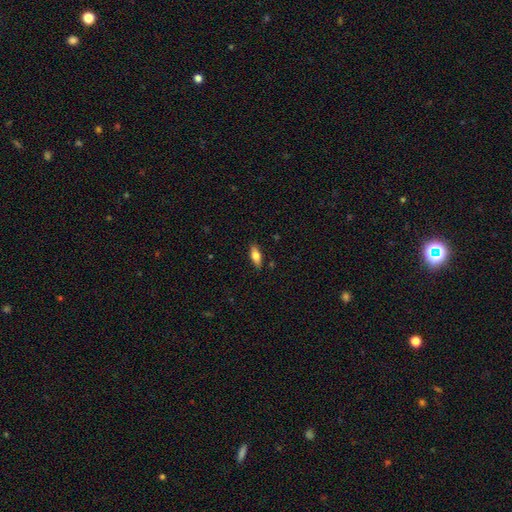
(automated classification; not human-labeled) Q: Smooth or featured?
A: smooth (72%); runner-up: featured or disk (21%)
Q: How rounded?
A: in between (73%); runner-up: cigar-shaped (24%)
Q: Merging?
A: none (86%); runner-up: minor disturbance (10%)